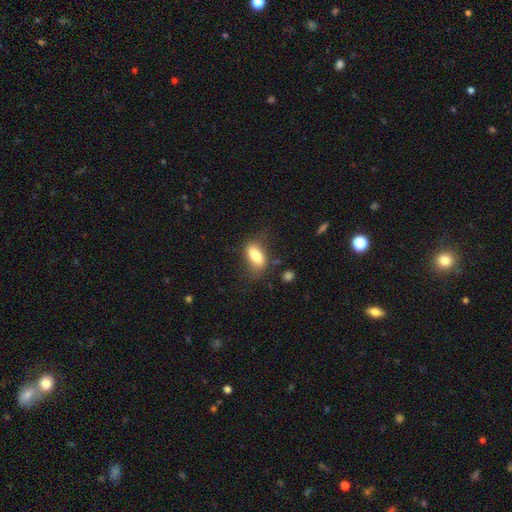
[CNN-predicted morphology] This is likely a smooth galaxy (75%). How rounded: clearly in between (83%). Merging: likely none (64%).